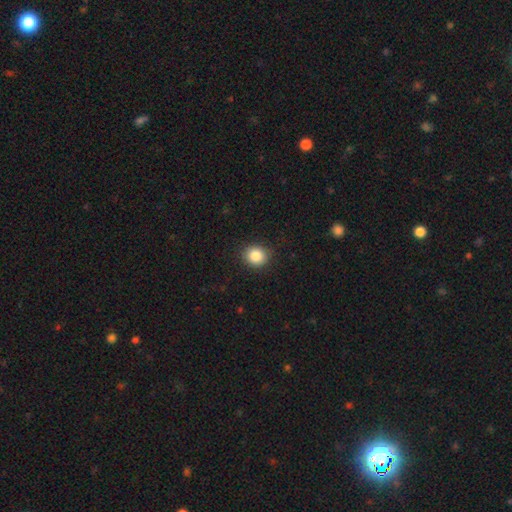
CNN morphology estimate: A smooth galaxy with no disk features (86%) that is round (80%). Merging: none (88%).